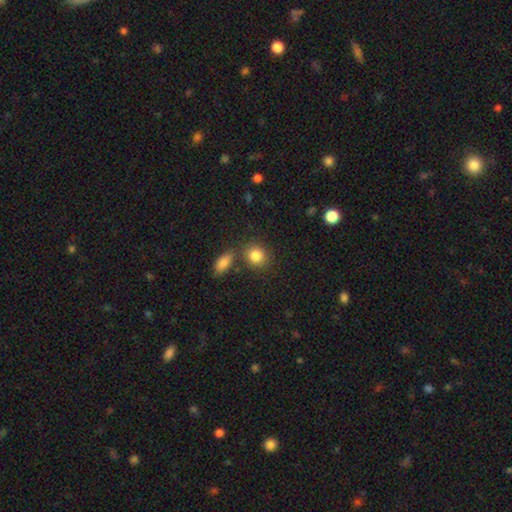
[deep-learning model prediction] smooth-or-featured: smooth: 85% | star or artifact: 9% | featured or disk: 6%
  how-rounded: round: 75% | in between: 24% | cigar-shaped: 2%
  merging: none: 71% | merger: 15% | minor disturbance: 11% | major disturbance: 4%